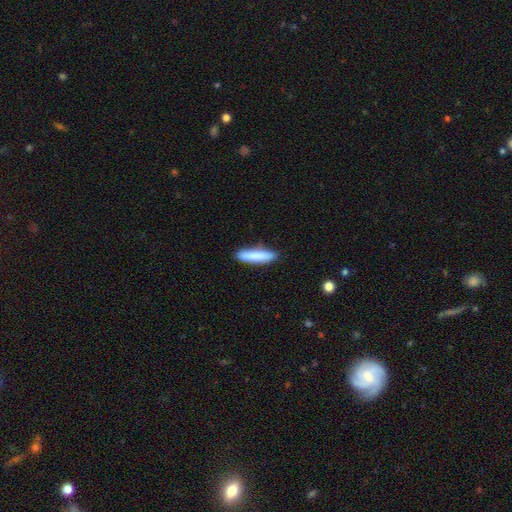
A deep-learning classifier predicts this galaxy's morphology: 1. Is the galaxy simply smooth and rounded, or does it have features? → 84% smooth, 10% featured or disk, 6% star or artifact.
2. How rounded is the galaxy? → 82% cigar-shaped, 16% in between, 1% round.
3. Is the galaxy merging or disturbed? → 87% none, 10% minor disturbance, 2% major disturbance, 1% merger.